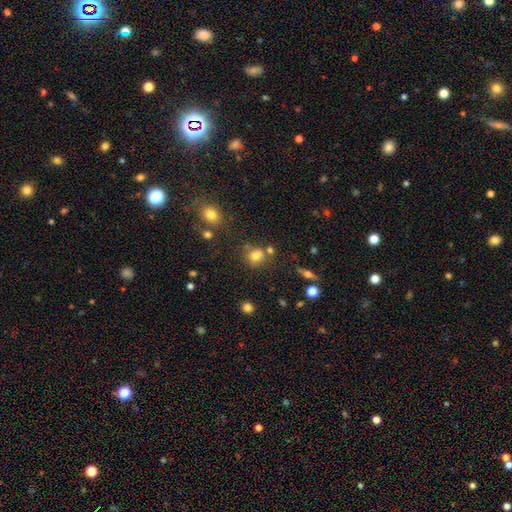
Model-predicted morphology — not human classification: A smooth galaxy with no disk features (75%) that is round (77%). Merging: none (65%).